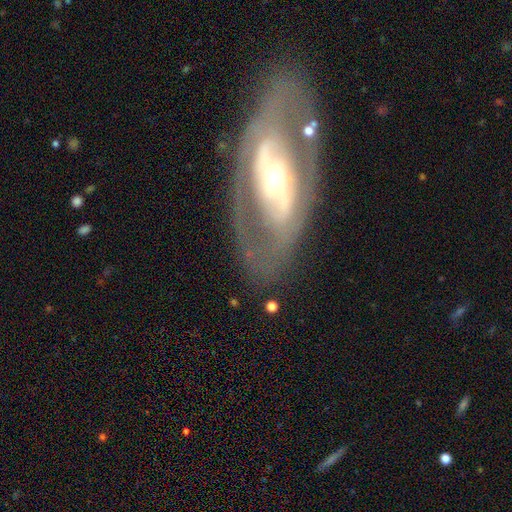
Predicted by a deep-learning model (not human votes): Overall: featured or disk (79%). Edge-on disk: no (90%). Bar: no (48%; weak 26%). Spiral arms: yes (60%; no 40%). Bulge size: small (50%; moderate 40%). Merging: none (73%).